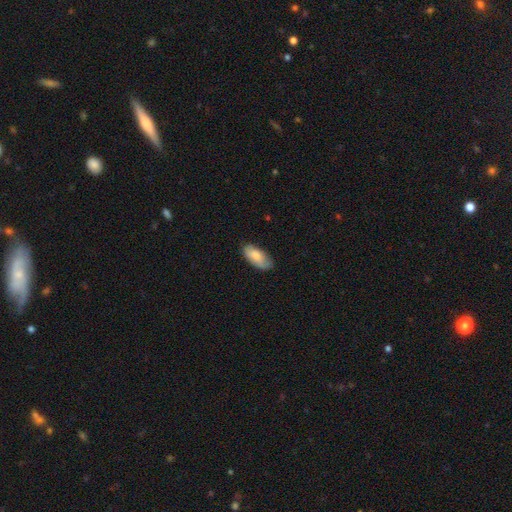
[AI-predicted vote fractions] Q: Smooth or featured?
A: smooth (79%); runner-up: featured or disk (15%)
Q: How rounded?
A: in between (91%); runner-up: cigar-shaped (7%)
Q: Merging?
A: none (79%); runner-up: minor disturbance (17%)